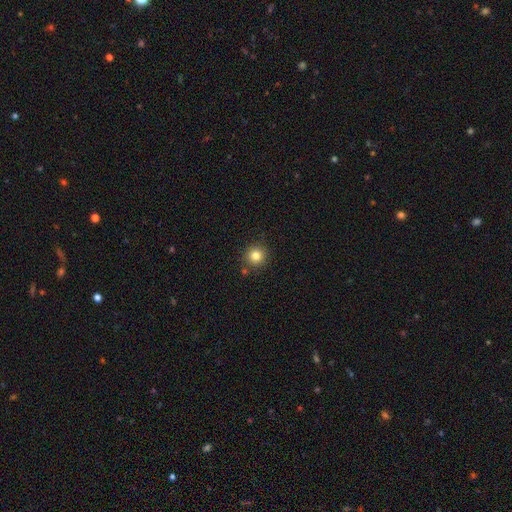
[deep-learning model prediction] Q: Smooth or featured?
A: smooth (81%); runner-up: star or artifact (12%)
Q: How rounded?
A: round (94%); runner-up: in between (5%)
Q: Merging?
A: none (85%); runner-up: minor disturbance (8%)